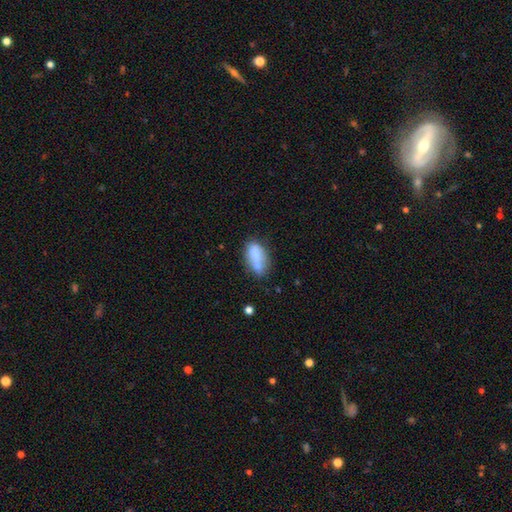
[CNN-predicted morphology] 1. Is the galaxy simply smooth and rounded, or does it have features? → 78% smooth, 14% featured or disk, 8% star or artifact.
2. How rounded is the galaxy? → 87% in between, 9% cigar-shaped, 4% round.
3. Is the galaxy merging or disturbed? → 49% none, 24% minor disturbance, 19% merger, 8% major disturbance.